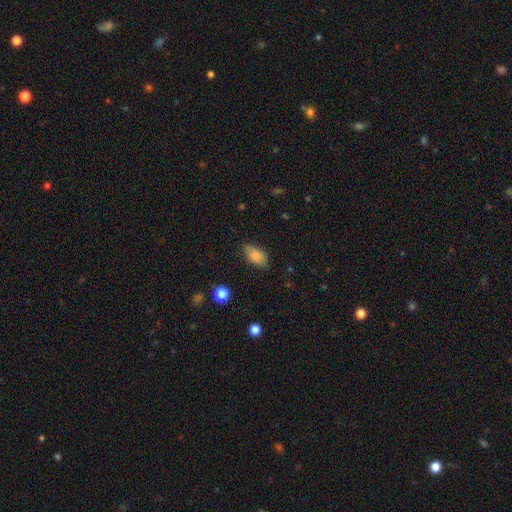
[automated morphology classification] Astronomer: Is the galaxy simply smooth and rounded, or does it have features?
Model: smooth — 84%.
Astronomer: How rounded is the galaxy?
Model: in between — 89%.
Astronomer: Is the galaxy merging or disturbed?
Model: none — 72%.